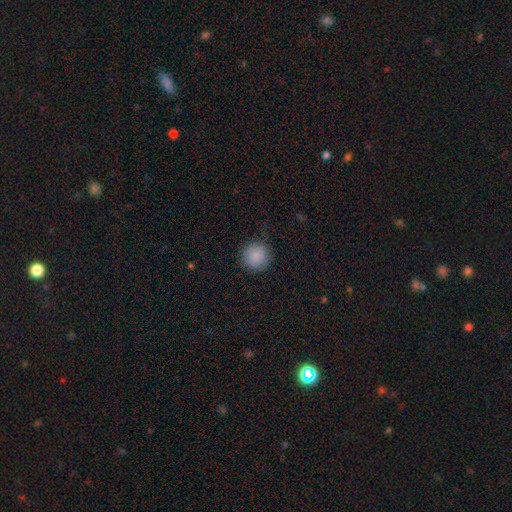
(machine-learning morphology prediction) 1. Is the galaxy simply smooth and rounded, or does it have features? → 88% smooth, 9% star or artifact, 4% featured or disk.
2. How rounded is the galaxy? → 94% round, 5% in between, 1% cigar-shaped.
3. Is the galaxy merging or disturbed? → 84% none, 12% minor disturbance, 4% major disturbance, 1% merger.